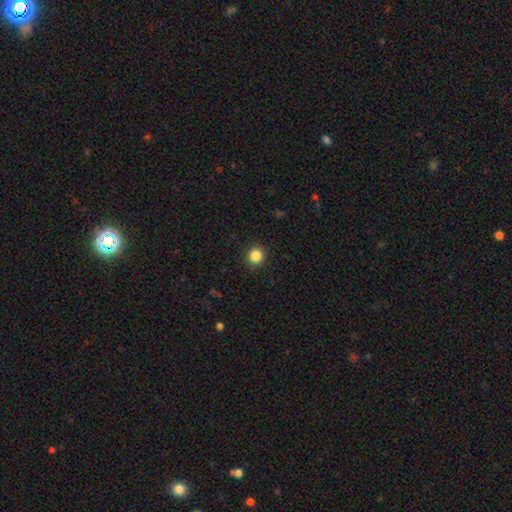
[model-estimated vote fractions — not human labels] smooth-or-featured: smooth: 86% | star or artifact: 11% | featured or disk: 3%
  how-rounded: round: 88% | in between: 11% | cigar-shaped: 1%
  merging: none: 90% | minor disturbance: 7% | major disturbance: 2% | merger: 1%